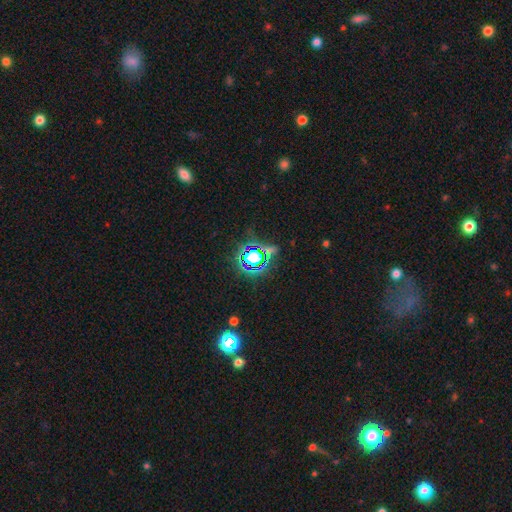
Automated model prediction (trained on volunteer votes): This is likely a star or artifact rather than a galaxy (70%).